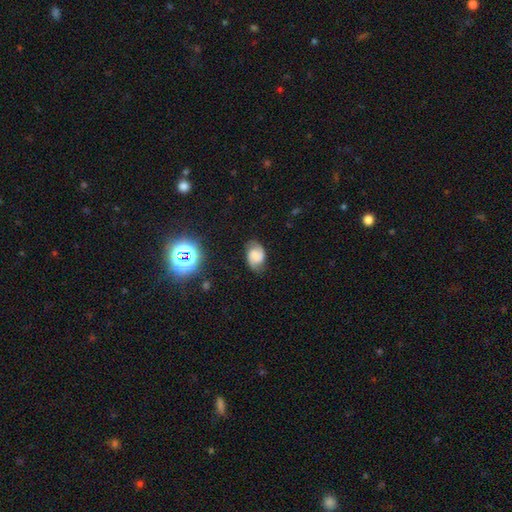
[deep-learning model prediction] This is possibly a featured or disk galaxy (58%). It is clearly not viewed edge-on (97%). Bar: possibly no (47%). Spiral arm pattern: clearly yes (93%). Spiral arm count: clearly 2 (89%). Spiral winding: possibly medium (48%). Central bulge: marginally none (39%). Merging: likely none (76%).